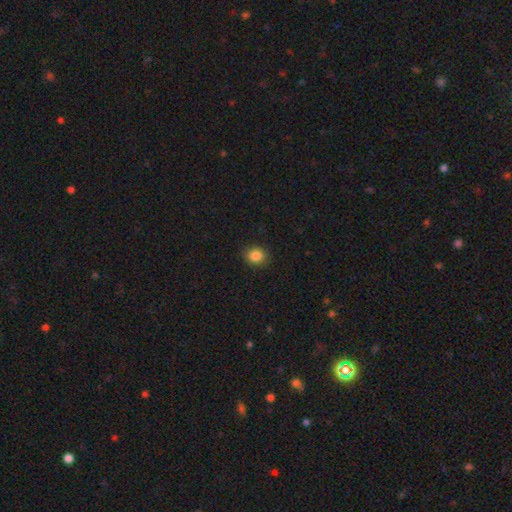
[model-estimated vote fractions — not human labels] The model was most divided on "how rounded": round: 76%, in between: 23%, cigar-shaped: 1%. More confident: merging — none (90%); smooth or featured — smooth (85%).